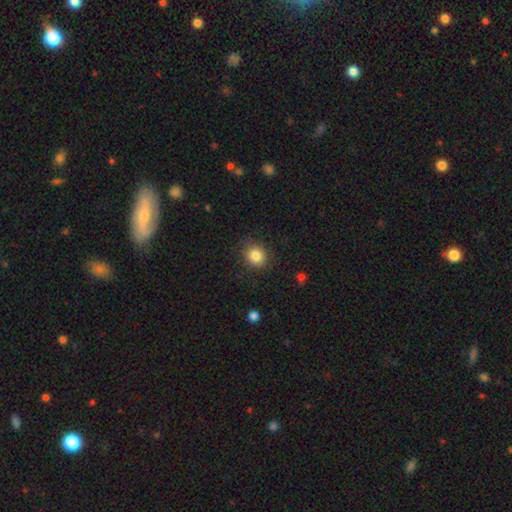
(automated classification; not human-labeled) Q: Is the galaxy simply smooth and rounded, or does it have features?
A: smooth — 85%.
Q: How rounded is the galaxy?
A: round — 77%.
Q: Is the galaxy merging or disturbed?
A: none — 84%.